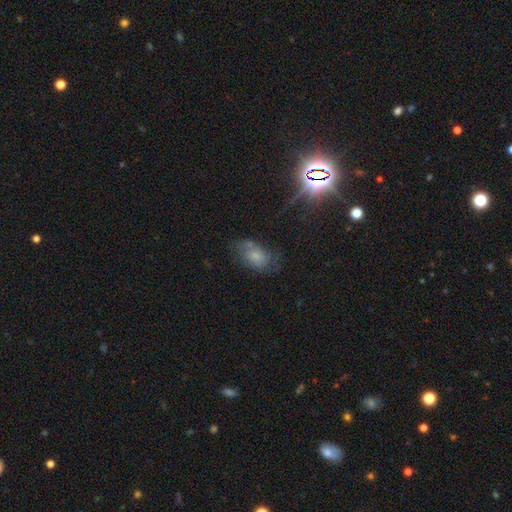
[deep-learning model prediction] Morphology: type=smooth (51%); roundness=in between (87%); merging=none (55%).